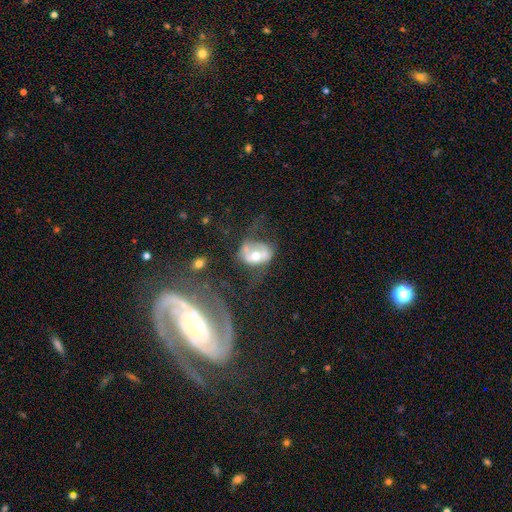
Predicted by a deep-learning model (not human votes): A featured or disk galaxy (60%) with no bar (58%), spiral arms (52%) and a moderate central bulge (71%). Merging: major disturbance (33%).